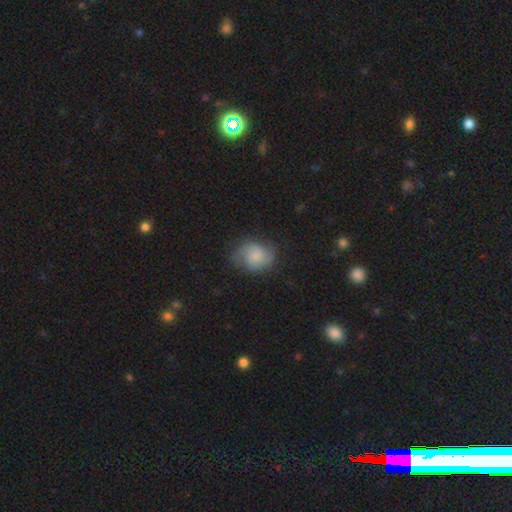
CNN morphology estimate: featured or disk 48%, smooth 43%, star or artifact 9%. Down the decision tree: merging — none (64%).